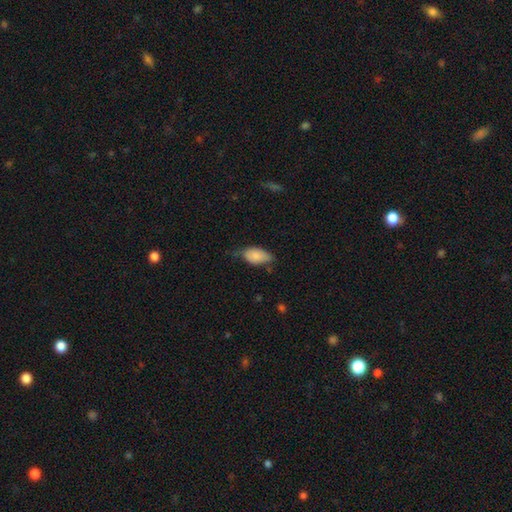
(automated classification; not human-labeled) Smooth or featured? smooth (82%)
How rounded? in between (93%)
Merging? none (53%)